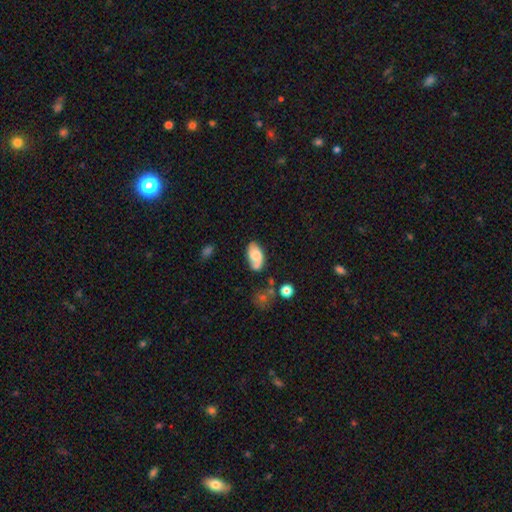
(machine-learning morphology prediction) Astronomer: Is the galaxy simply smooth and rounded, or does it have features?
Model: smooth — 57% (runner-up: featured or disk, 35%).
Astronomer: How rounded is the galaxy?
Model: in between — 93%.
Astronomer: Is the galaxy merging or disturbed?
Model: none — 55%.